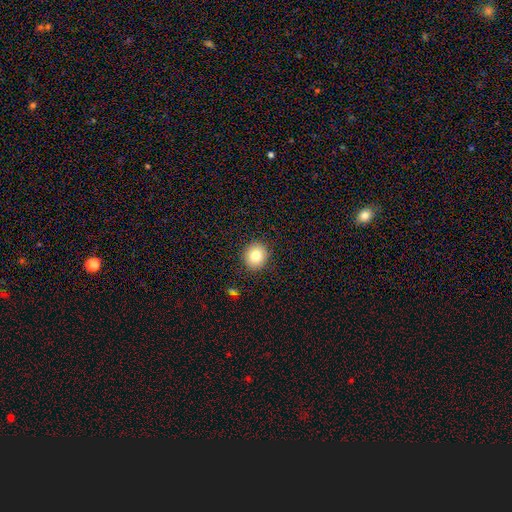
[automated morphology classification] Q: Smooth or featured?
A: smooth (81%); runner-up: star or artifact (10%)
Q: How rounded?
A: round (87%); runner-up: in between (13%)
Q: Merging?
A: none (90%); runner-up: minor disturbance (7%)